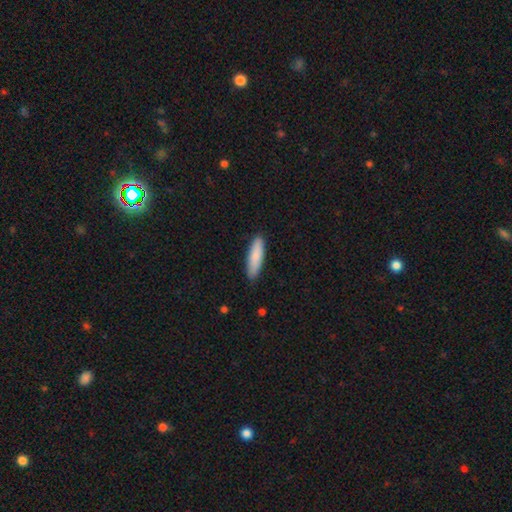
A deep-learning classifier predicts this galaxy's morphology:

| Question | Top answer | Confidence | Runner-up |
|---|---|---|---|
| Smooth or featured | smooth | 85% | featured or disk (10%) |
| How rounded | cigar-shaped | 67% | in between (32%) |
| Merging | none | 88% | minor disturbance (9%) |